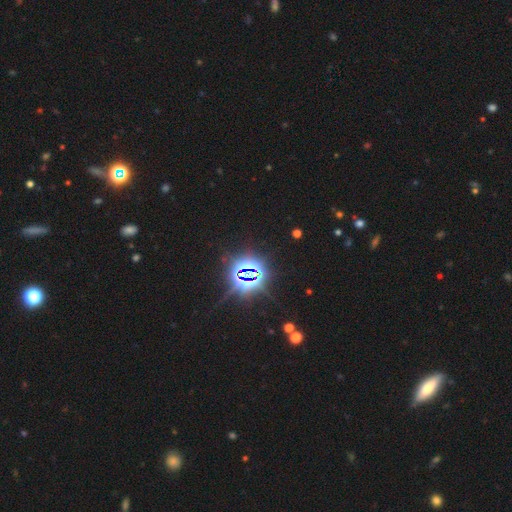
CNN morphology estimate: A star or artifact, not a galaxy (80%).